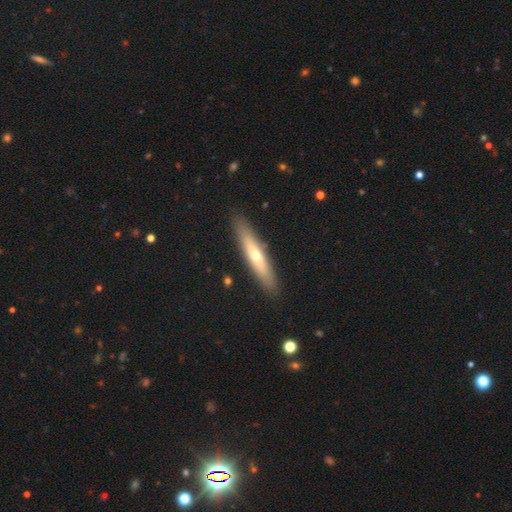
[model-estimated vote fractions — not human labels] Smooth or featured: featured or disk — 49% (smooth — 45%)
Merging: none — 90% (minor disturbance — 7%)